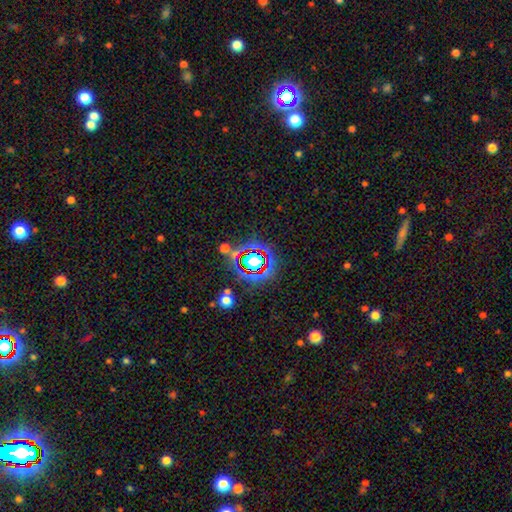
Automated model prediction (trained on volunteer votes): This is likely a star or artifact rather than a galaxy (68%).